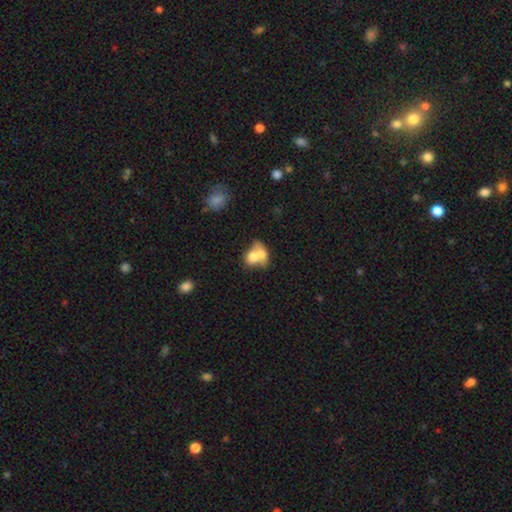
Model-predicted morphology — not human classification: Smooth or featured?
  - smooth: 68% *
  - featured or disk: 24%
  - star or artifact: 8%
How rounded?
  - in between: 57% *
  - round: 41%
  - cigar-shaped: 1%
Merging?
  - merger: 74% *
  - none: 15%
  - minor disturbance: 6%
  - major disturbance: 5%